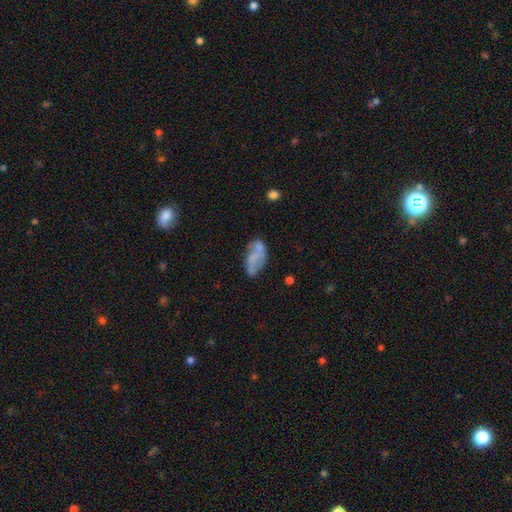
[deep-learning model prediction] This is possibly a smooth galaxy (53%). How rounded: clearly in between (89%). Merging: possibly none (46%).